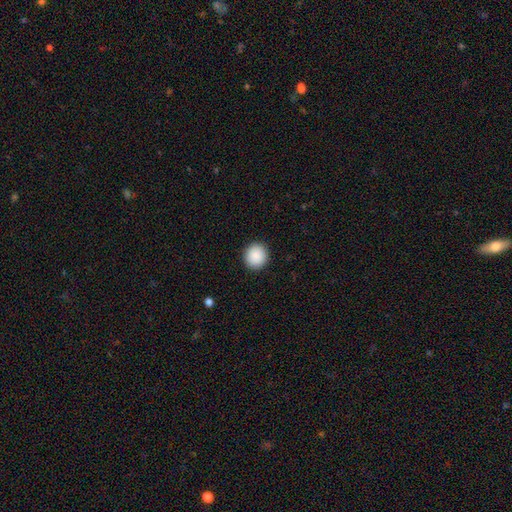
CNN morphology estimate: This appears to be a smooth galaxy with no disk features (90%) that is round (88%). Merging: none (92%).